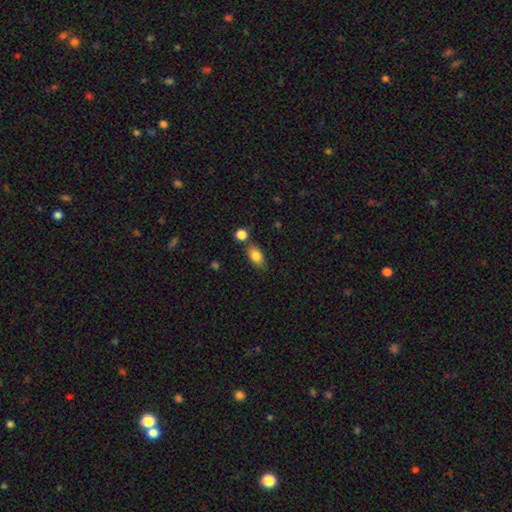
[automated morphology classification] smooth-or-featured: smooth: 82% | featured or disk: 10% | star or artifact: 8%
  how-rounded: in between: 84% | round: 11% | cigar-shaped: 5%
  merging: none: 69% | minor disturbance: 14% | merger: 13% | major disturbance: 4%